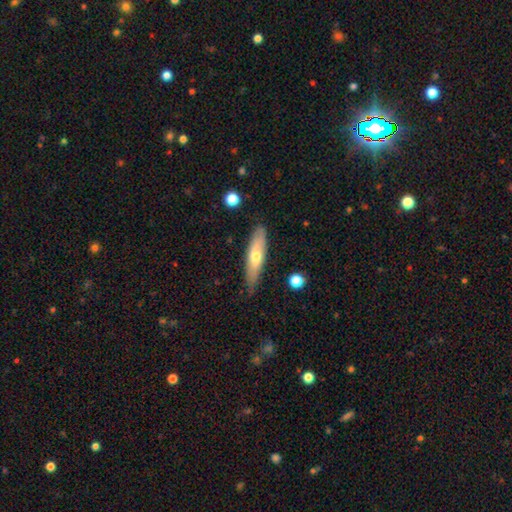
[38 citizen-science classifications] Smooth or featured: smooth — 61% (featured or disk — 39%)
How rounded: cigar-shaped — 91% (in between — 9%)
Merging: none — 84% (minor disturbance — 11%)